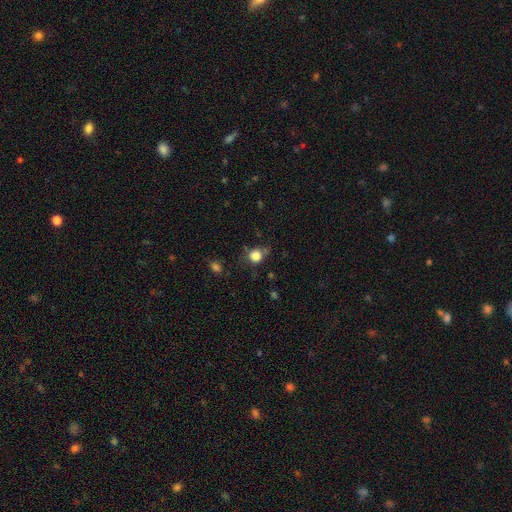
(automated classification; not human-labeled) The model was most divided on "merging": none: 66%, minor disturbance: 20%, major disturbance: 7%, merger: 6%. More confident: how rounded — round (85%); smooth or featured — smooth (82%).